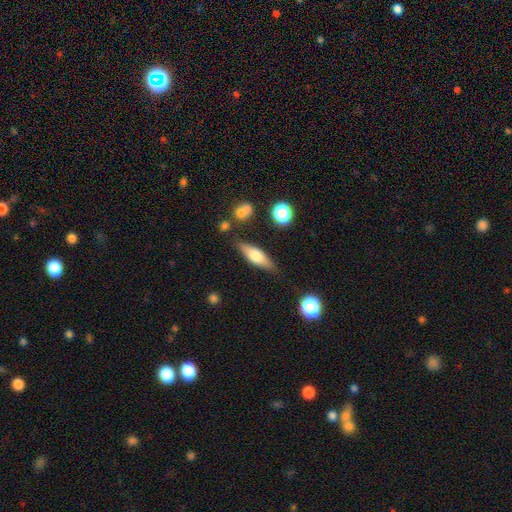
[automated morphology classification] This is possibly a smooth galaxy (59%). How rounded: possibly in between (53%). Merging: likely none (79%).